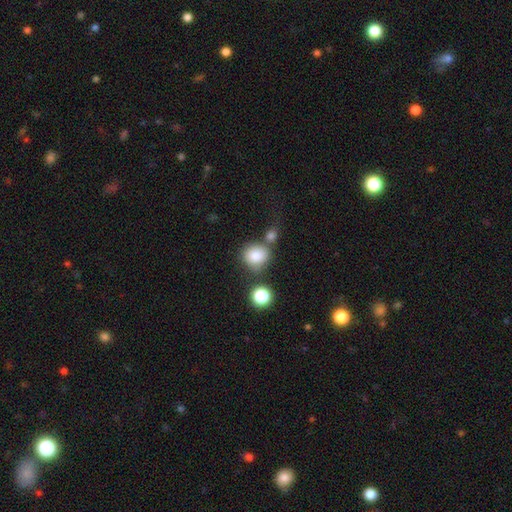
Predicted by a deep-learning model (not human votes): Smooth or featured: smooth — 81% (star or artifact — 11%)
How rounded: round — 80% (in between — 19%)
Merging: none — 59% (merger — 21%)